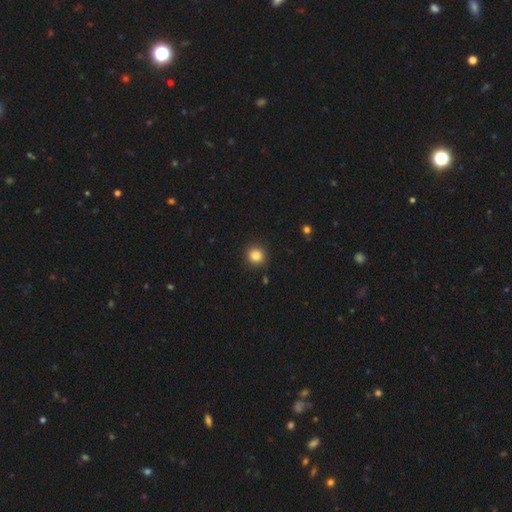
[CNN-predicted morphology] smooth_or_featured: smooth (p=0.86) [alt: star or artifact p=0.10]
how_rounded: round (p=0.91) [alt: in between p=0.08]
merging: none (p=0.91) [alt: minor disturbance p=0.06]